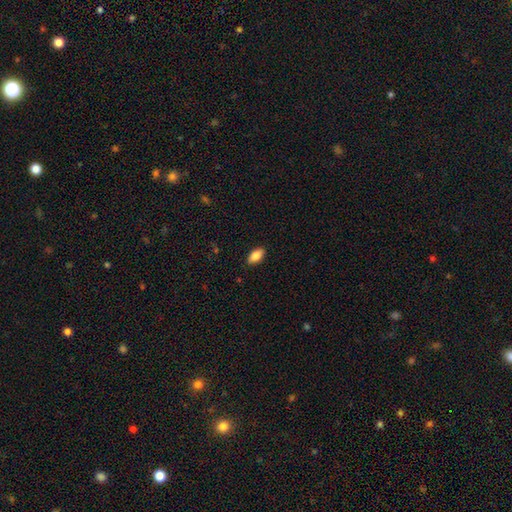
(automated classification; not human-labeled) smooth-or-featured: smooth: 85% | featured or disk: 8% | star or artifact: 7%
  how-rounded: in between: 92% | cigar-shaped: 5% | round: 3%
  merging: none: 88% | minor disturbance: 9% | major disturbance: 2% | merger: 1%